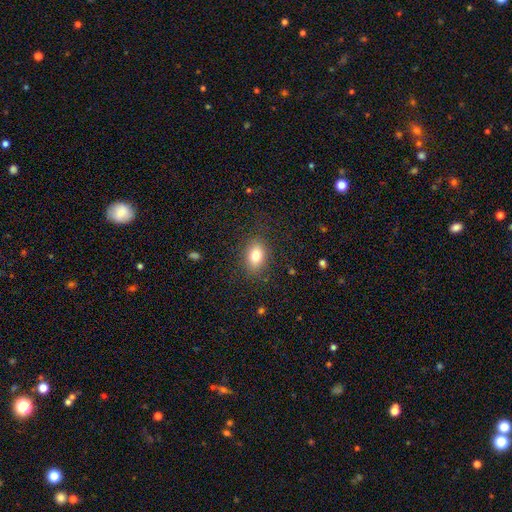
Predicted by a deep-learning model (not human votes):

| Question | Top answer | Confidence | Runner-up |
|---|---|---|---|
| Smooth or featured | smooth | 80% | featured or disk (10%) |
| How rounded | in between | 76% | round (22%) |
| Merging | none | 84% | minor disturbance (11%) |